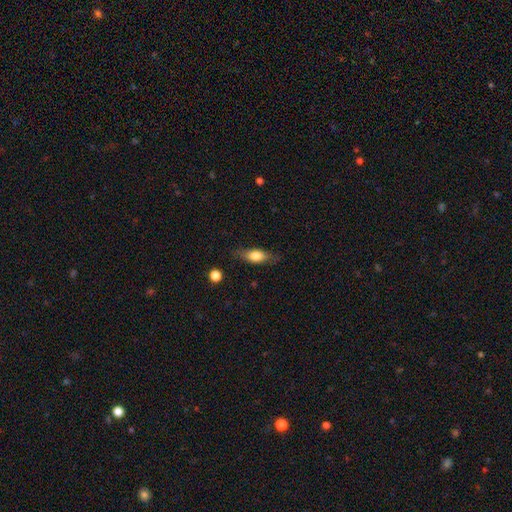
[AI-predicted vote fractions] smooth 71%, featured or disk 22%, star or artifact 7%. Down the decision tree: how rounded — in between (72%); merging — none (77%).